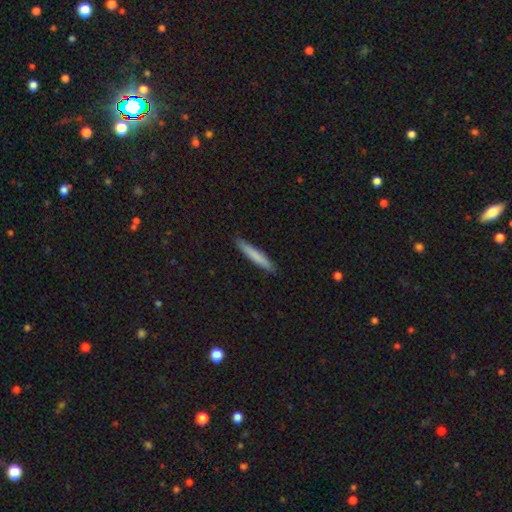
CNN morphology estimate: Smooth or featured?
  - smooth: 76% *
  - featured or disk: 18%
  - star or artifact: 6%
How rounded?
  - cigar-shaped: 95% *
  - in between: 4%
  - round: 1%
Merging?
  - none: 90% *
  - minor disturbance: 8%
  - major disturbance: 1%
  - merger: 1%